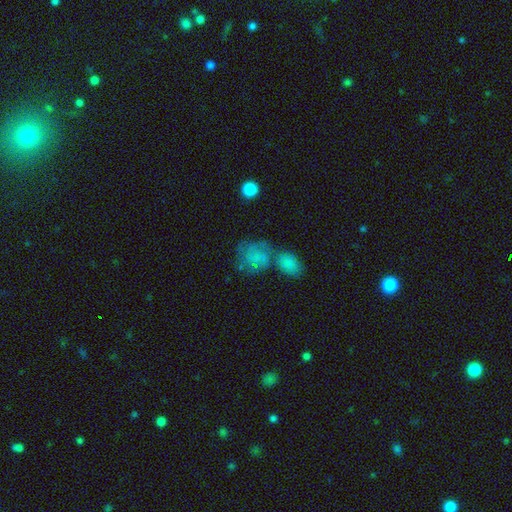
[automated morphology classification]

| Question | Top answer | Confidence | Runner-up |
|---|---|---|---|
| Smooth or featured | smooth | 61% | featured or disk (27%) |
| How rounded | round | 51% | in between (47%) |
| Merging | merger | 40% | none (32%) |